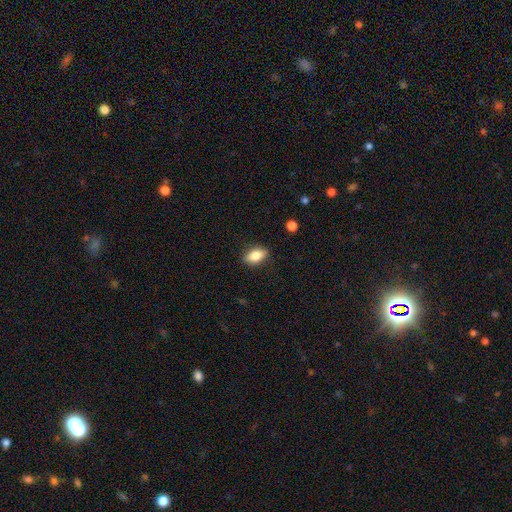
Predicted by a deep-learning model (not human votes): Overall: smooth (80%). How rounded: in between (86%). Merging: none (86%).